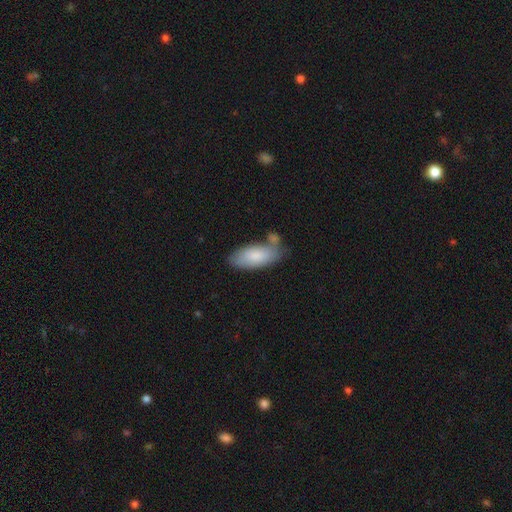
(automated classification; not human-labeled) smooth_or_featured: smooth (p=0.80) [alt: featured or disk p=0.14]
how_rounded: in between (p=0.87) [alt: cigar-shaped p=0.11]
merging: none (p=0.58) [alt: minor disturbance p=0.21]